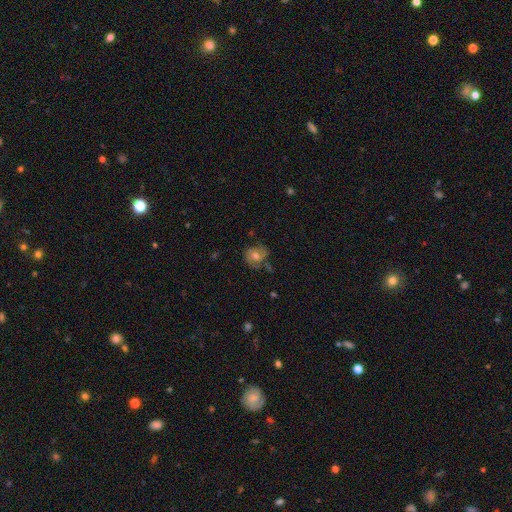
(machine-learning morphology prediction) This is possibly a featured or disk galaxy (49%). Merging: likely none (63%).